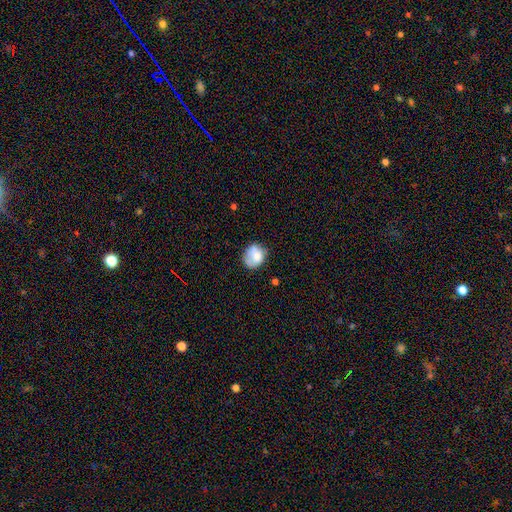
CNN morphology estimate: Q: Smooth or featured?
A: smooth (74%); runner-up: featured or disk (18%)
Q: How rounded?
A: round (60%); runner-up: in between (39%)
Q: Merging?
A: none (53%); runner-up: minor disturbance (30%)